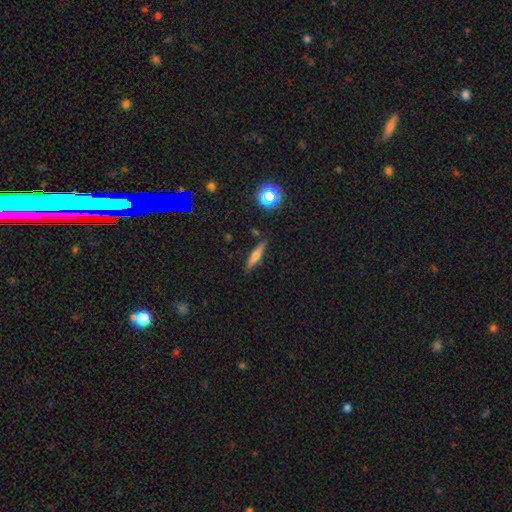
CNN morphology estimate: smooth_or_featured: smooth (p=0.50) [alt: featured or disk p=0.40]
merging: none (p=0.86) [alt: minor disturbance p=0.10]